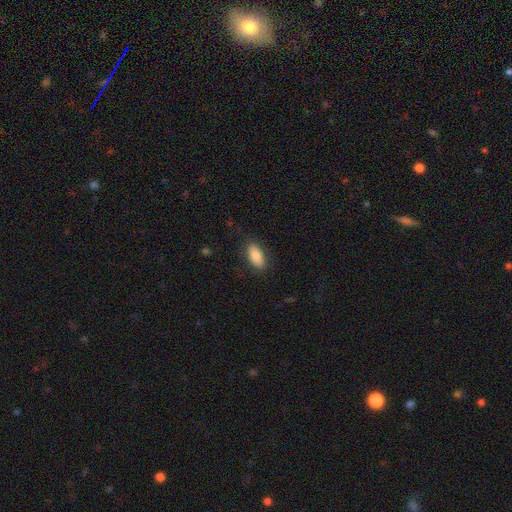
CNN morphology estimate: A smooth galaxy with no disk features (82%) that is in between round and cigar-shaped (90%).

Vote fractions:
- Smooth or featured? smooth: 82% / featured or disk: 11% / star or artifact: 7%
- How rounded? in between: 90% / cigar-shaped: 7% / round: 3%
- Merging? none: 82% / minor disturbance: 13% / major disturbance: 4% / merger: 1%